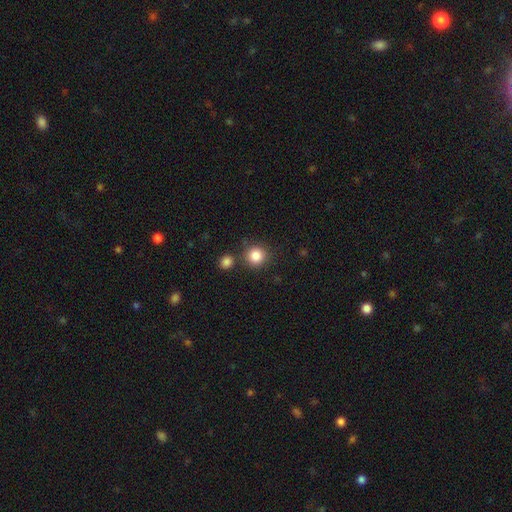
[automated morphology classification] Smooth or featured? Predicted: smooth (p=0.85). How rounded? Predicted: round (p=0.91). Merging? Predicted: none (p=0.78).